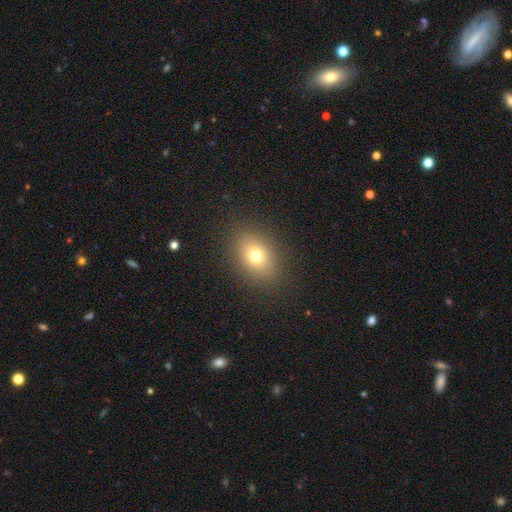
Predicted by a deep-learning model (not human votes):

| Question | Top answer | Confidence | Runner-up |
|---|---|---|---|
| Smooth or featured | smooth | 73% | star or artifact (15%) |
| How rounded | in between | 62% | round (36%) |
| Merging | none | 87% | minor disturbance (8%) |